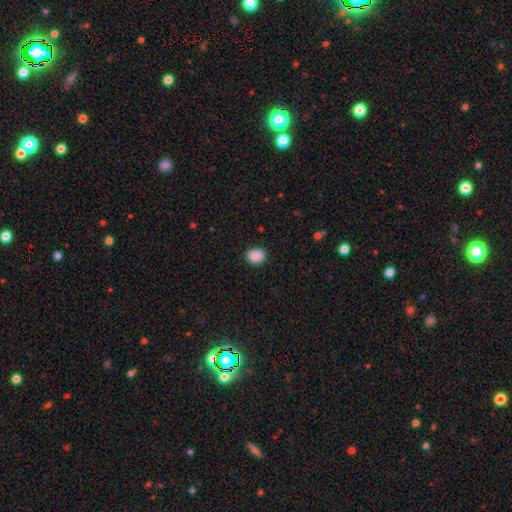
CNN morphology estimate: Smooth or featured?
  - smooth: 89% *
  - star or artifact: 8%
  - featured or disk: 3%
How rounded?
  - round: 52% *
  - in between: 48%
  - cigar-shaped: 1%
Merging?
  - none: 87% *
  - minor disturbance: 10%
  - major disturbance: 2%
  - merger: 1%